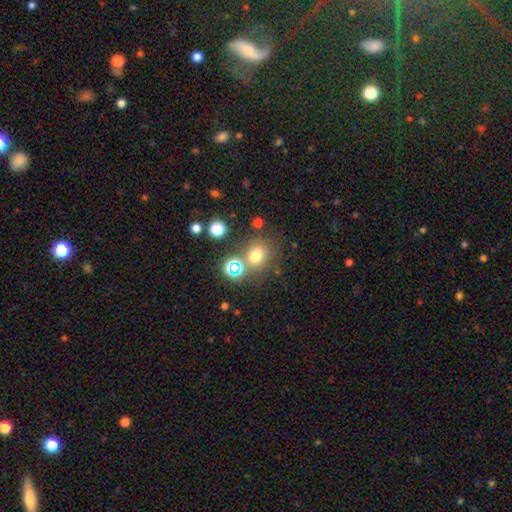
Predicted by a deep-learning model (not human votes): This appears to be a smooth galaxy with no disk features (69%) that is round (79%). Merging: none (71%).